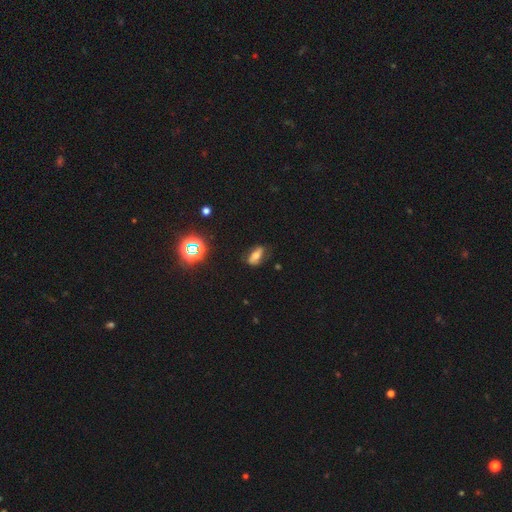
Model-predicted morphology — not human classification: This appears to be a smooth galaxy with no disk features (46%). Merging: none (66%).